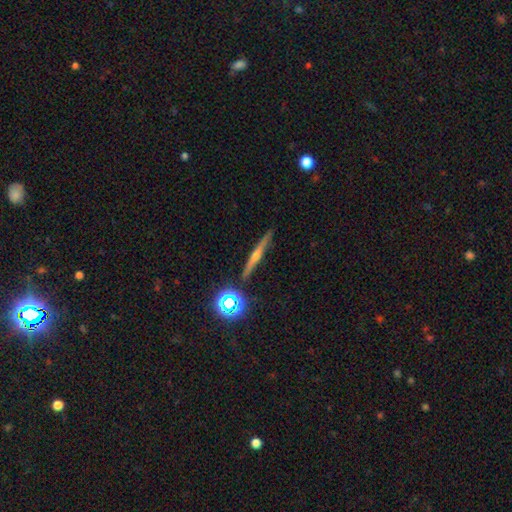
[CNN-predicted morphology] featured or disk 62%, smooth 25%, star or artifact 13%. Down the decision tree: edge-on disk — yes (97%); edge-on bulge — rounded (82%); merging — none (89%).